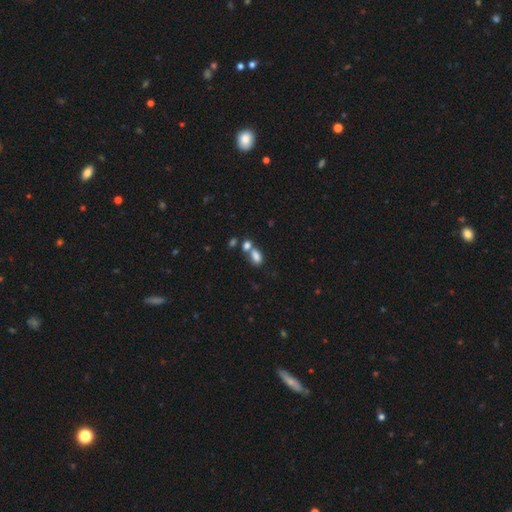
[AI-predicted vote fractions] Morphology: type=smooth (80%); roundness=in between (85%); merging=merger (48%).